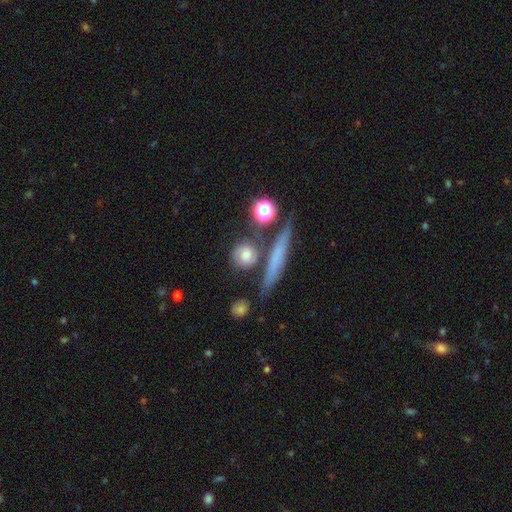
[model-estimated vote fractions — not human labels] Smooth or featured?
  - smooth: 44% *
  - featured or disk: 34%
  - star or artifact: 22%
Merging?
  - none: 74% *
  - merger: 13%
  - minor disturbance: 9%
  - major disturbance: 5%